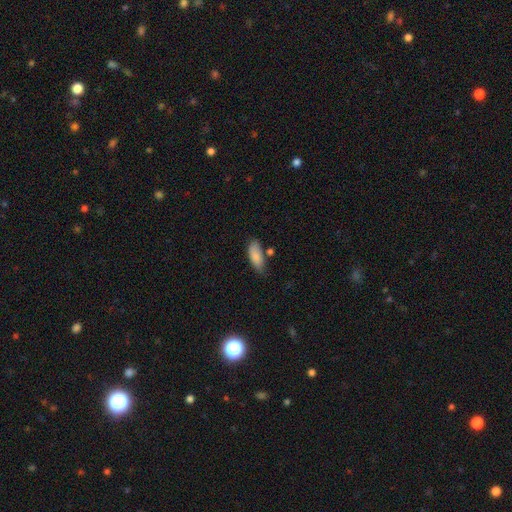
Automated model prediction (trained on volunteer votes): smooth 85%, featured or disk 8%, star or artifact 7%. Down the decision tree: how rounded — in between (79%); merging — none (60%).